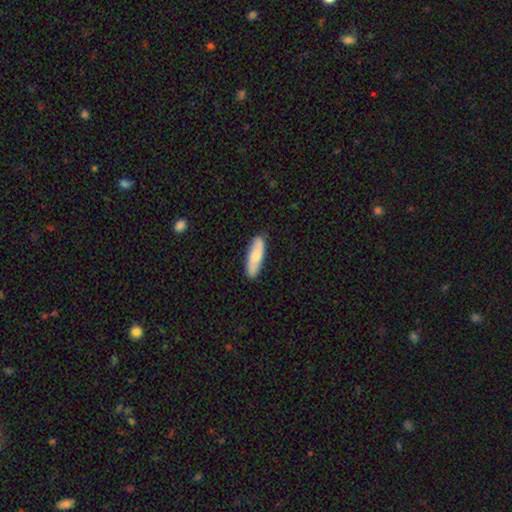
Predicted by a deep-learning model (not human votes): Smooth or featured? smooth (69%)
How rounded? cigar-shaped (54%)
Merging? none (87%)